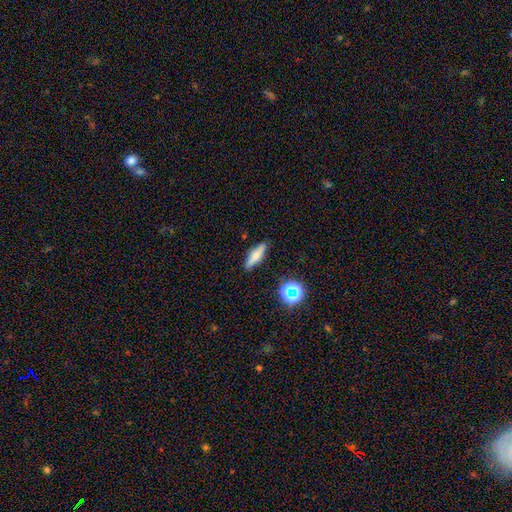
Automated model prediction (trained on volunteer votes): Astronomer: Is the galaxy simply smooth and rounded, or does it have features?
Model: smooth — 63%.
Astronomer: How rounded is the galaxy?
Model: cigar-shaped — 67%.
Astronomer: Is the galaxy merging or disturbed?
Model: none — 85%.